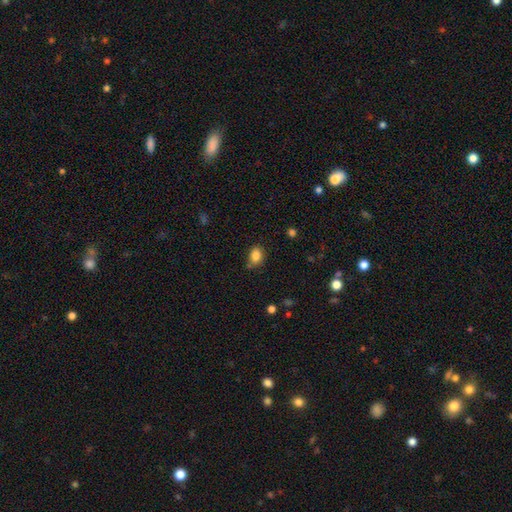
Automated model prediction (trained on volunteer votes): smooth_or_featured: smooth (p=0.85) [alt: star or artifact p=0.10]
how_rounded: in between (p=0.72) [alt: round p=0.27]
merging: none (p=0.72) [alt: minor disturbance p=0.19]